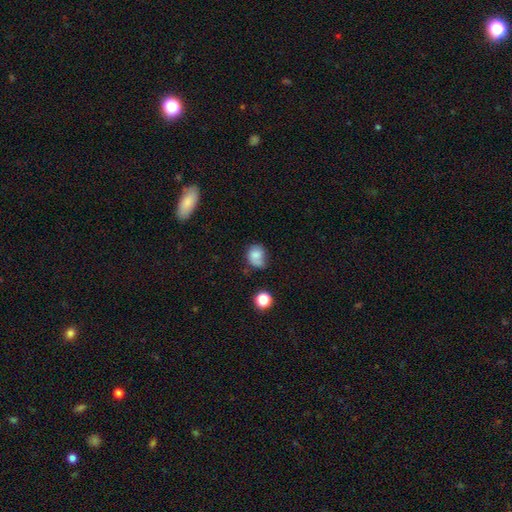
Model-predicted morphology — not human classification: Smooth or featured: smooth — 73% (featured or disk — 16%)
How rounded: round — 59% (in between — 40%)
Merging: none — 42% (minor disturbance — 33%)